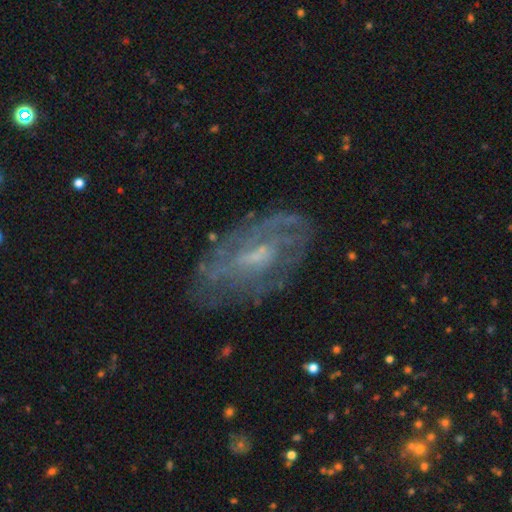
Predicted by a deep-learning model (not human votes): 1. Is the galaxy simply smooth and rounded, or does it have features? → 72% featured or disk, 18% smooth, 10% star or artifact.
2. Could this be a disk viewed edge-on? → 91% no, 9% yes.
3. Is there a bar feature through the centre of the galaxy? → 46% weak, 44% no, 11% strong.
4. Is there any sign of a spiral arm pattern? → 70% yes, 30% no.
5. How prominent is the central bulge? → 46% small, 35% moderate, 16% none, 3% large, 1% dominant.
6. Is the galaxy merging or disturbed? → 68% none, 20% minor disturbance, 10% major disturbance, 2% merger.